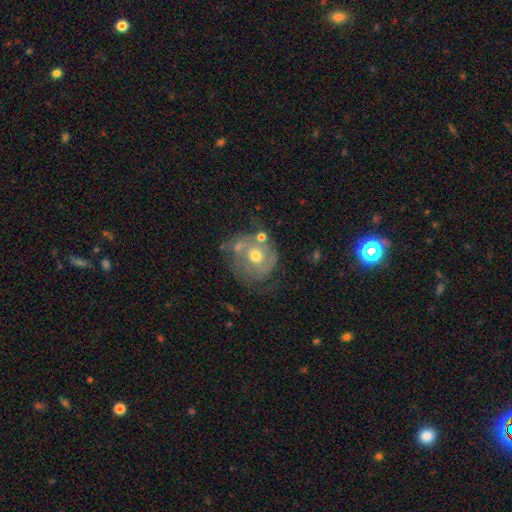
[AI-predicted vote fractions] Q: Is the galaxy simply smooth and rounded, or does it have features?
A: featured or disk — 73%.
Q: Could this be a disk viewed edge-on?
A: no — 97%.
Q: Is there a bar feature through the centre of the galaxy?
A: no — 80%.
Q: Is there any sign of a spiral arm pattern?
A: yes — 81%.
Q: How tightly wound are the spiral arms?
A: tight — 58%.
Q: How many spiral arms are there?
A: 2 — 43%.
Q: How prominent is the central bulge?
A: moderate — 68%.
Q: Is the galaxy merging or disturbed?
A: none — 49%.